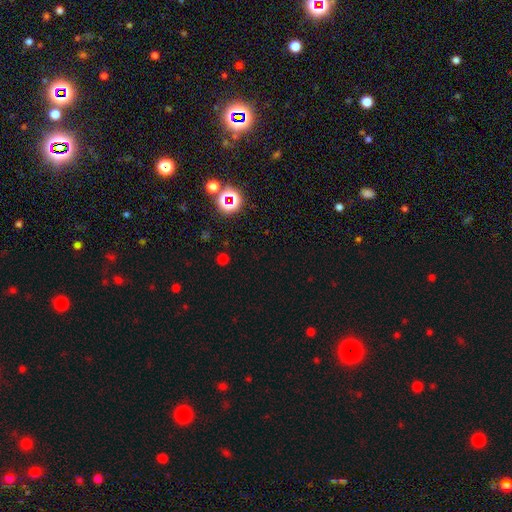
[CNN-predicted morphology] smooth-or-featured: star or artifact: 62% | smooth: 31% | featured or disk: 8%